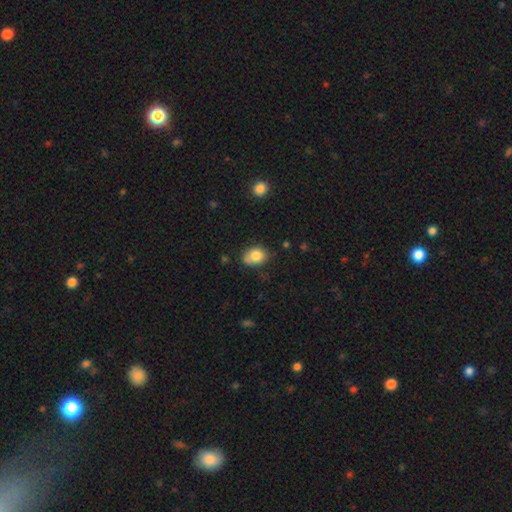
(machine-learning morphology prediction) A smooth galaxy with no disk features (81%) that is in between round and cigar-shaped (56%).

Vote fractions:
- Smooth or featured? smooth: 81% / featured or disk: 10% / star or artifact: 9%
- How rounded? in between: 56% / round: 43% / cigar-shaped: 1%
- Merging? none: 58% / minor disturbance: 26% / merger: 9% / major disturbance: 7%